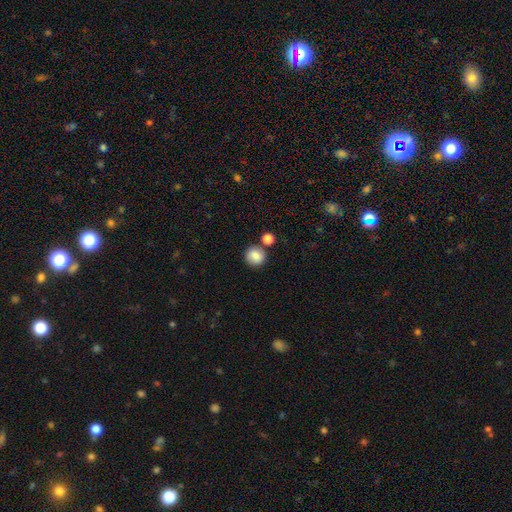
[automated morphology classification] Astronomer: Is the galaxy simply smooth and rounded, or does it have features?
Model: smooth — 81%.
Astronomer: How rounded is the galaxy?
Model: round — 89%.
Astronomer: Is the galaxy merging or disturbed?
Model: none — 74%.